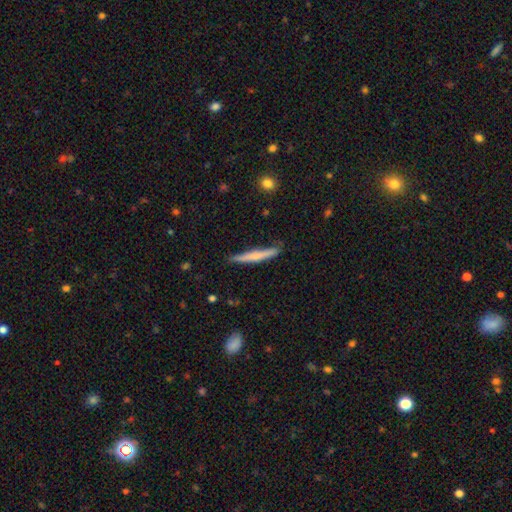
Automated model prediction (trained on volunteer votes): smooth-or-featured: smooth: 56% | featured or disk: 38% | star or artifact: 6%
  how-rounded: cigar-shaped: 95% | in between: 3% | round: 1%
  merging: none: 83% | minor disturbance: 13% | major disturbance: 2% | merger: 2%